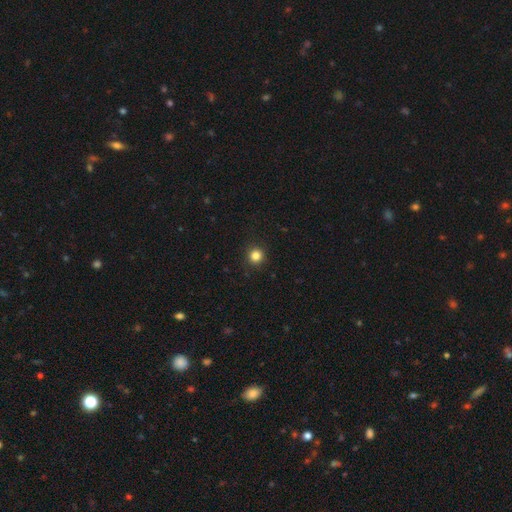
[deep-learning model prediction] smooth-or-featured: smooth: 83% | star or artifact: 13% | featured or disk: 4%
  how-rounded: round: 95% | in between: 4% | cigar-shaped: 1%
  merging: none: 93% | minor disturbance: 5% | major disturbance: 2% | merger: 1%